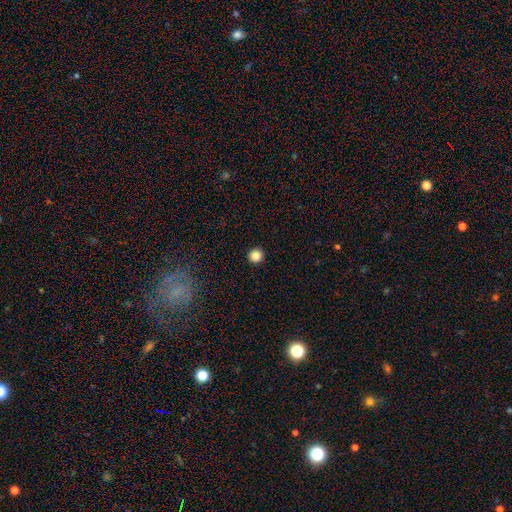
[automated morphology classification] This is clearly a smooth galaxy (86%). How rounded: clearly round (95%). Merging: clearly none (93%).